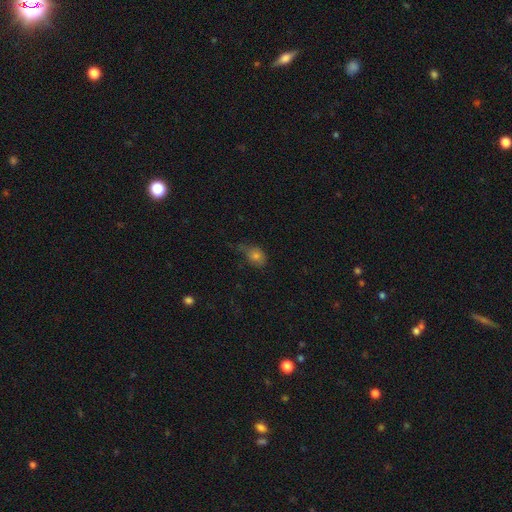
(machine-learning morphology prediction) Q: Smooth or featured?
A: smooth (73%); runner-up: star or artifact (14%)
Q: How rounded?
A: in between (64%); runner-up: round (34%)
Q: Merging?
A: none (40%); runner-up: minor disturbance (33%)